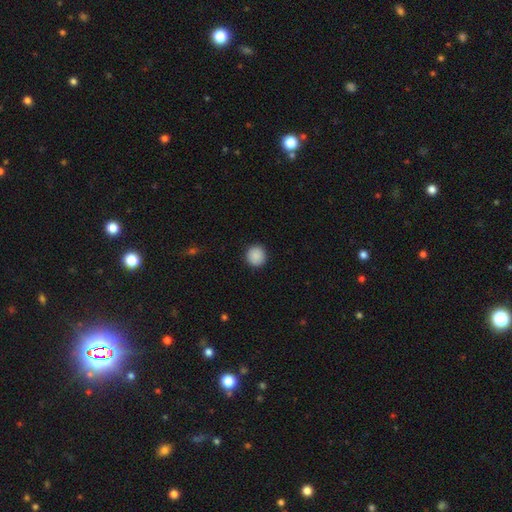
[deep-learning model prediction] Smooth or featured? Predicted: smooth (p=0.90). How rounded? Predicted: round (p=0.94). Merging? Predicted: none (p=0.92).